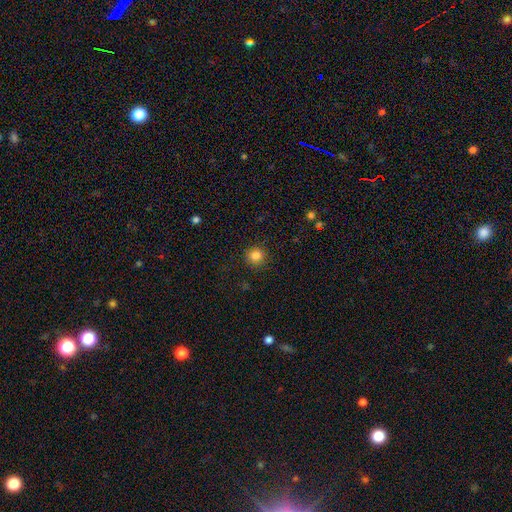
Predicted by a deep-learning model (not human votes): This appears to be a smooth galaxy with no disk features (84%) that is round (94%). Merging: none (91%).